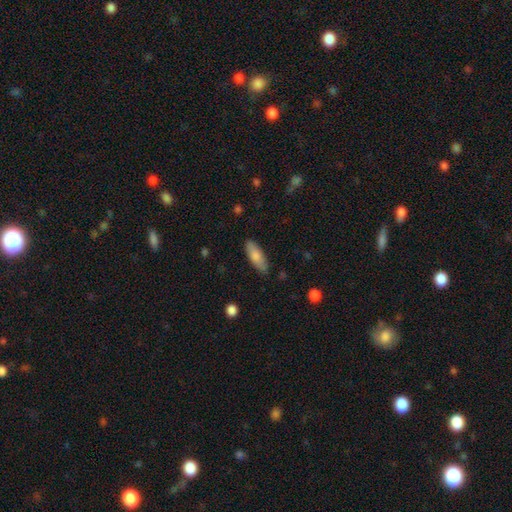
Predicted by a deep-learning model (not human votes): Smooth or featured? smooth (80%)
How rounded? in between (65%)
Merging? none (85%)